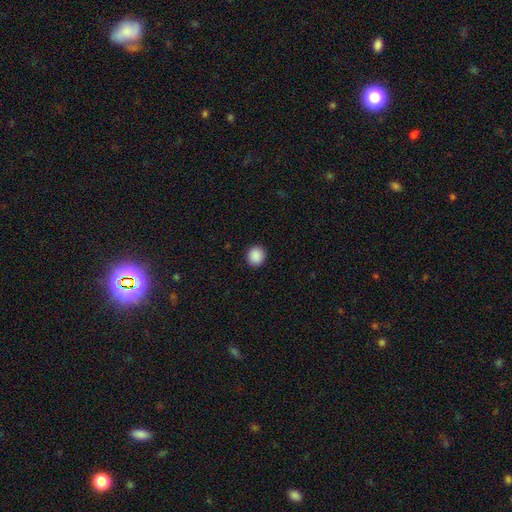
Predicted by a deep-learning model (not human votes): A smooth galaxy with no disk features (89%) that is round (89%).

Vote fractions:
- Smooth or featured? smooth: 89% / star or artifact: 9% / featured or disk: 2%
- How rounded? round: 89% / in between: 10% / cigar-shaped: 1%
- Merging? none: 92% / minor disturbance: 5% / major disturbance: 2% / merger: 1%